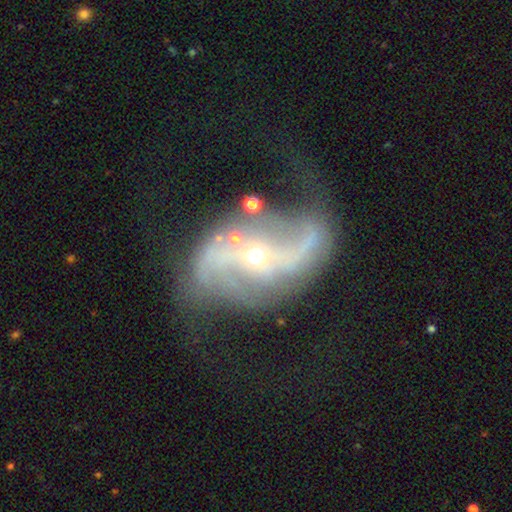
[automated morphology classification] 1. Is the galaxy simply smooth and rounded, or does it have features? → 89% featured or disk, 7% star or artifact, 4% smooth.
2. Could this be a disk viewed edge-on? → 97% no, 3% yes.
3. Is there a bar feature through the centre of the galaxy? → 42% strong, 33% no, 26% weak.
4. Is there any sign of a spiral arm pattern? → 96% yes, 4% no.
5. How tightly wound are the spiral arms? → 68% loose, 25% medium, 7% tight.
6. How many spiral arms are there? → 92% 2, 3% can't tell, 2% 1, 1% 3, 1% 4, 1% more than 4.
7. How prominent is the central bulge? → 70% small, 27% moderate, 2% large, 1% dominant, 1% none.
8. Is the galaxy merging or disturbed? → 58% none, 19% minor disturbance, 18% major disturbance, 5% merger.